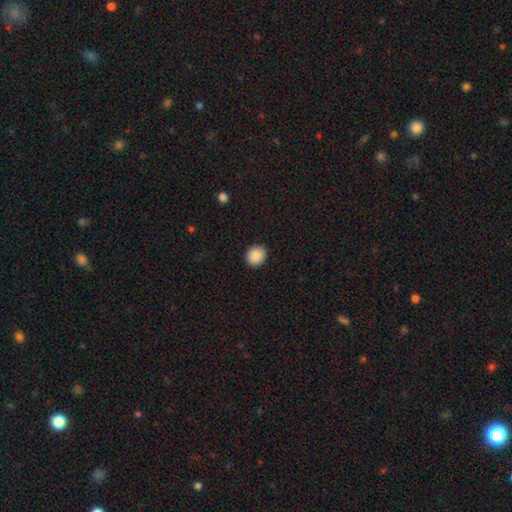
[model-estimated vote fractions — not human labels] smooth-or-featured: smooth: 89% | star or artifact: 8% | featured or disk: 3%
  how-rounded: round: 71% | in between: 28% | cigar-shaped: 1%
  merging: none: 91% | minor disturbance: 6% | major disturbance: 2% | merger: 1%